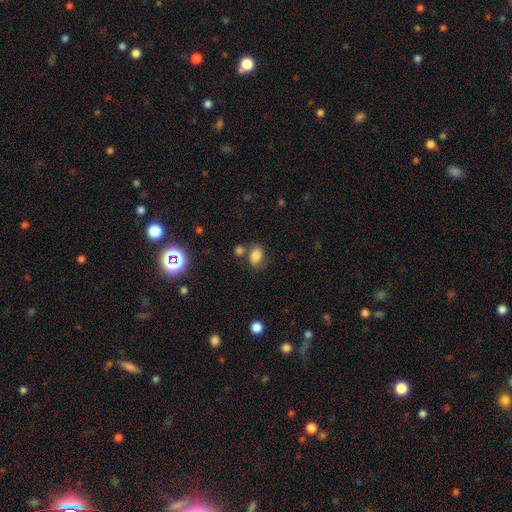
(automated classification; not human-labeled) Q: Smooth or featured?
A: smooth (74%); runner-up: featured or disk (15%)
Q: How rounded?
A: in between (76%); runner-up: round (23%)
Q: Merging?
A: none (54%); runner-up: minor disturbance (20%)